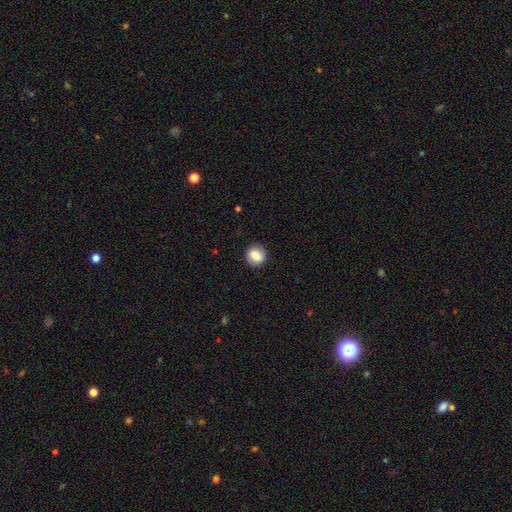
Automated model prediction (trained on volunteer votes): Q: Smooth or featured?
A: smooth (80%); runner-up: featured or disk (12%)
Q: How rounded?
A: round (71%); runner-up: in between (28%)
Q: Merging?
A: none (86%); runner-up: minor disturbance (10%)